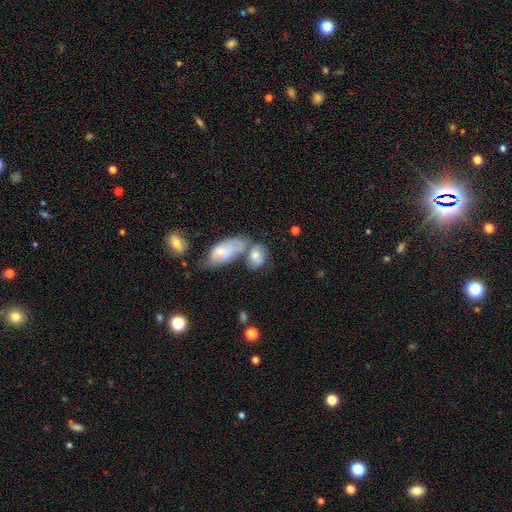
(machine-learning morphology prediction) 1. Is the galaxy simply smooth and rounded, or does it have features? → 66% smooth, 25% featured or disk, 9% star or artifact.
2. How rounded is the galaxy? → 74% in between, 23% round, 3% cigar-shaped.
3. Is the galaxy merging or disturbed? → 48% merger, 28% none, 15% minor disturbance, 10% major disturbance.